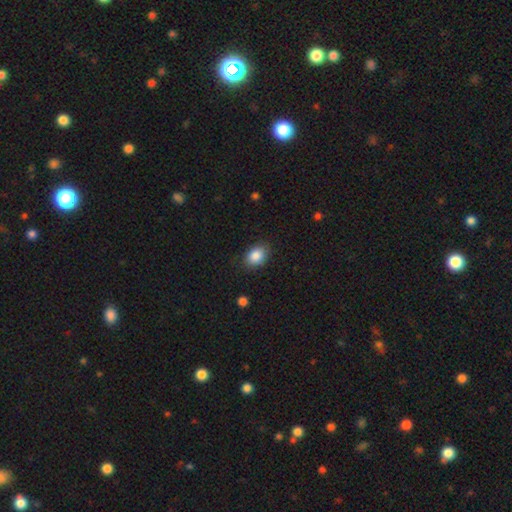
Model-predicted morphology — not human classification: smooth 88%, star or artifact 8%, featured or disk 5%. Down the decision tree: how rounded — in between (76%); merging — none (83%).